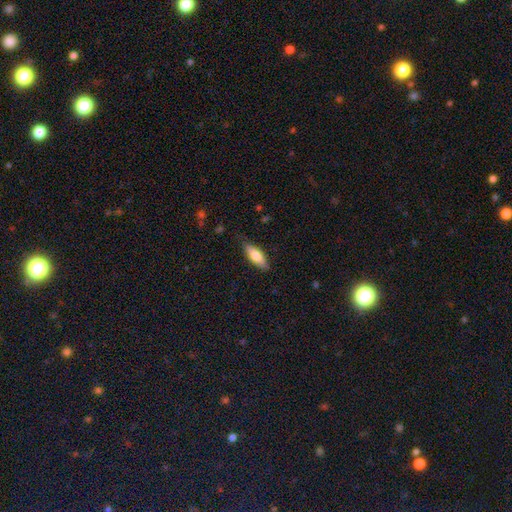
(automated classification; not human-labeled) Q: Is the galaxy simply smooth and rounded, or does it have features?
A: smooth — 73%.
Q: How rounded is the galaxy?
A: in between — 67%.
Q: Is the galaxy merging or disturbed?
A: none — 83%.